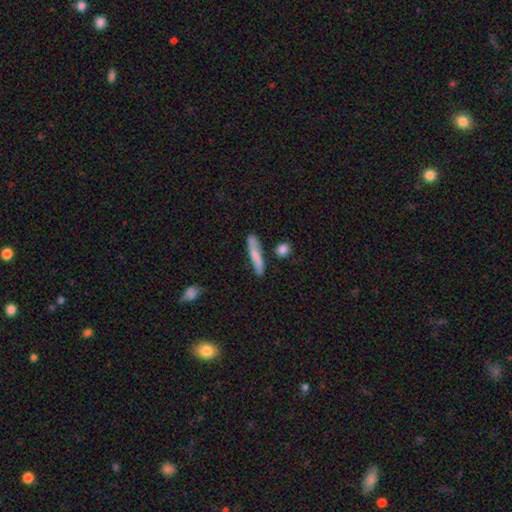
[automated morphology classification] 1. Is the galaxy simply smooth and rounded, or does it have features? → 65% smooth, 29% featured or disk, 6% star or artifact.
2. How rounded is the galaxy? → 85% cigar-shaped, 12% in between, 3% round.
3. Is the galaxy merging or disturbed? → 71% none, 18% minor disturbance, 7% merger, 4% major disturbance.